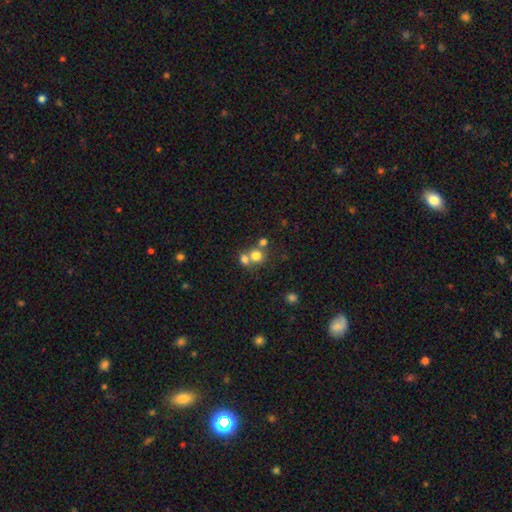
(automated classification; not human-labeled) Smooth or featured: smooth — 73% (star or artifact — 14%)
How rounded: round — 84% (in between — 15%)
Merging: merger — 50% (none — 41%)